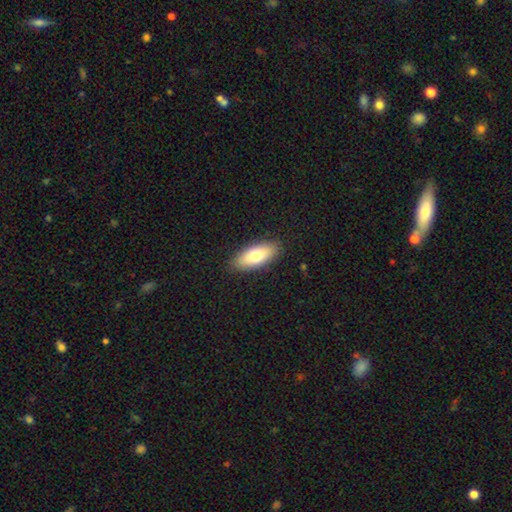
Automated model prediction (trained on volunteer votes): Smooth or featured: smooth — 74% (featured or disk — 19%)
How rounded: in between — 81% (cigar-shaped — 16%)
Merging: none — 88% (minor disturbance — 9%)